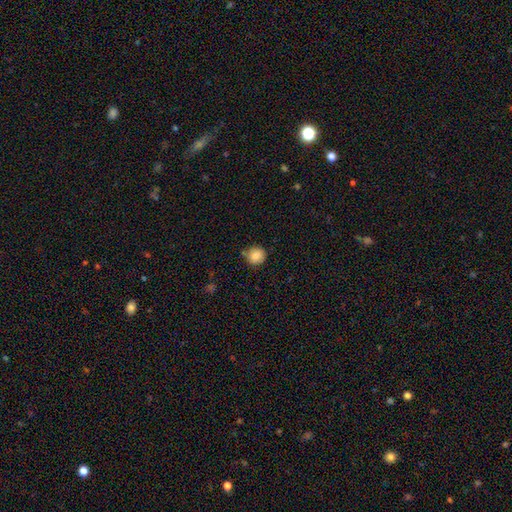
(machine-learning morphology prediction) Smooth or featured?
  - smooth: 86% *
  - star or artifact: 9%
  - featured or disk: 5%
How rounded?
  - round: 90% *
  - in between: 9%
  - cigar-shaped: 1%
Merging?
  - none: 80% *
  - minor disturbance: 12%
  - merger: 5%
  - major disturbance: 3%